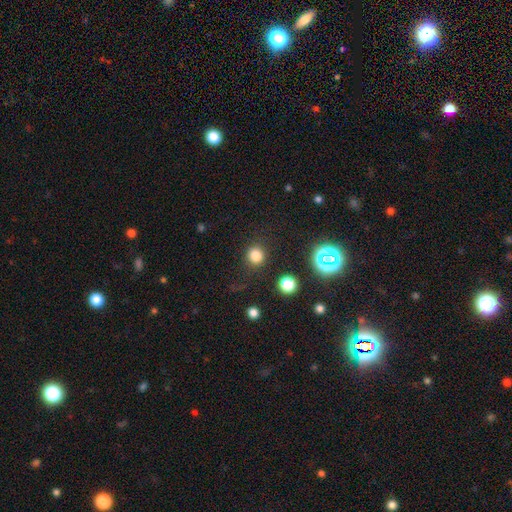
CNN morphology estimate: This is likely a smooth galaxy (80%). How rounded: clearly round (89%). Merging: clearly none (84%).